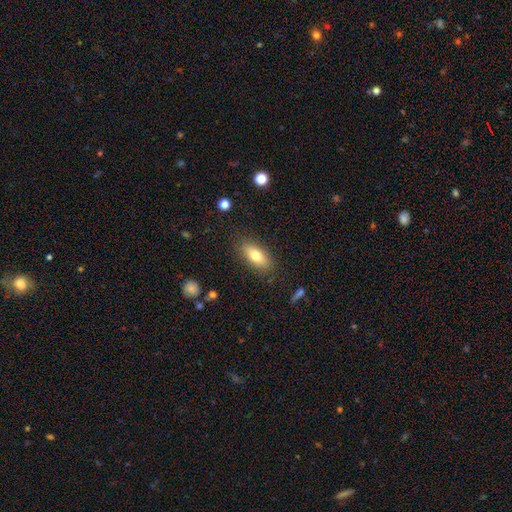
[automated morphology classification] Q: Smooth or featured?
A: smooth (74%); runner-up: featured or disk (18%)
Q: How rounded?
A: in between (81%); runner-up: cigar-shaped (15%)
Q: Merging?
A: none (84%); runner-up: minor disturbance (11%)